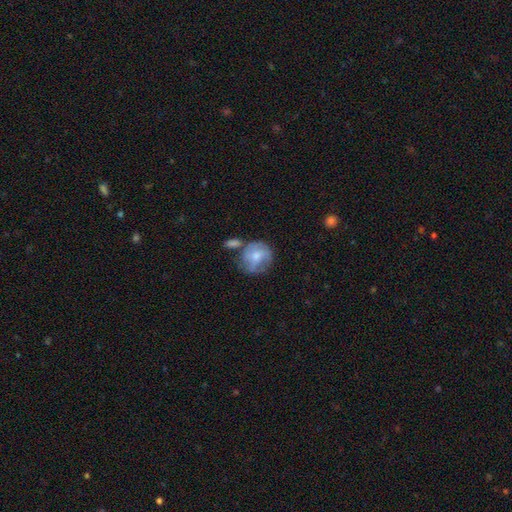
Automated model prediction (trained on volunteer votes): Q: Smooth or featured?
A: smooth (47%); runner-up: featured or disk (45%)
Q: Merging?
A: none (47%); runner-up: minor disturbance (23%)